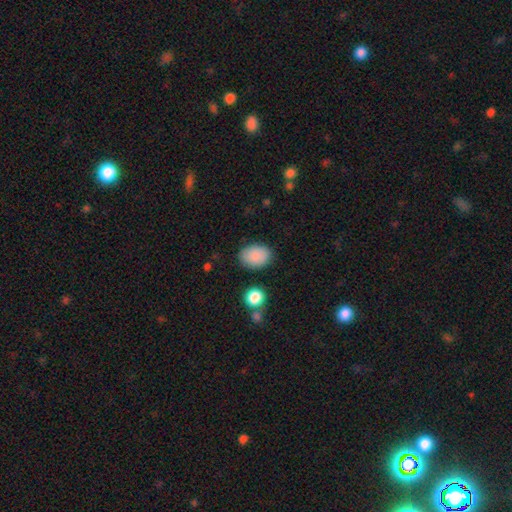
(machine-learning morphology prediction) A smooth galaxy with no disk features (87%) that is in between round and cigar-shaped (73%).

Vote fractions:
- Smooth or featured? smooth: 87% / star or artifact: 7% / featured or disk: 5%
- How rounded? in between: 73% / round: 26% / cigar-shaped: 1%
- Merging? none: 83% / minor disturbance: 12% / major disturbance: 3% / merger: 2%